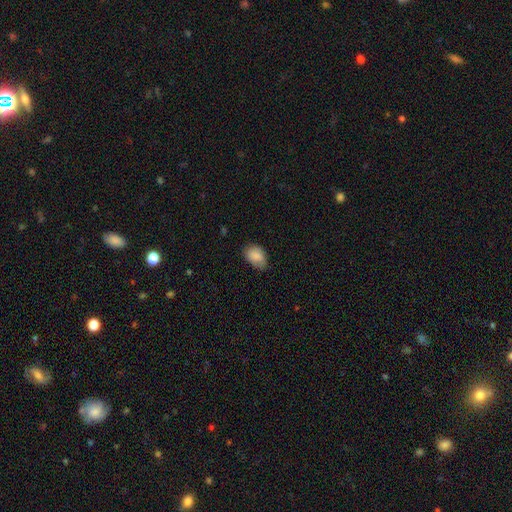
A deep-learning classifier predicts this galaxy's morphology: A smooth galaxy with no disk features (86%) that is in between round and cigar-shaped (86%). Merging: none (66%).